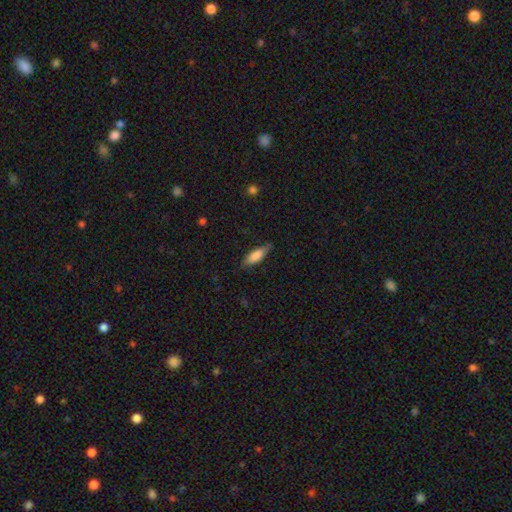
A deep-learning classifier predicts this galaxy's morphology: A smooth galaxy with no disk features (79%) that is in between round and cigar-shaped (56%).

Vote fractions:
- Smooth or featured? smooth: 79% / featured or disk: 15% / star or artifact: 6%
- How rounded? in between: 56% / cigar-shaped: 43% / round: 2%
- Merging? none: 78% / minor disturbance: 18% / major disturbance: 3% / merger: 1%